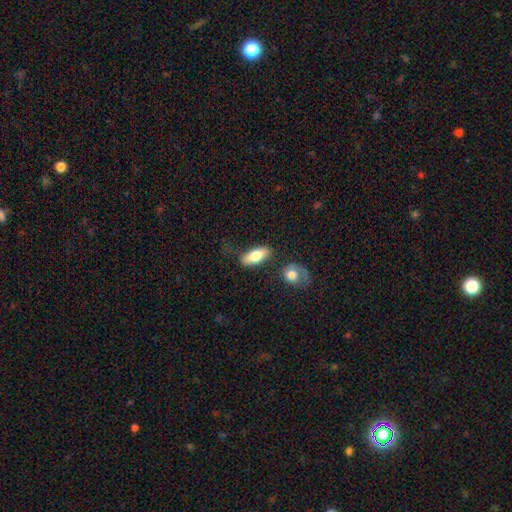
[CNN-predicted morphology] Smooth or featured?
  - smooth: 75% *
  - featured or disk: 19%
  - star or artifact: 6%
How rounded?
  - in between: 83% *
  - cigar-shaped: 14%
  - round: 3%
Merging?
  - none: 68% *
  - minor disturbance: 16%
  - merger: 10%
  - major disturbance: 6%